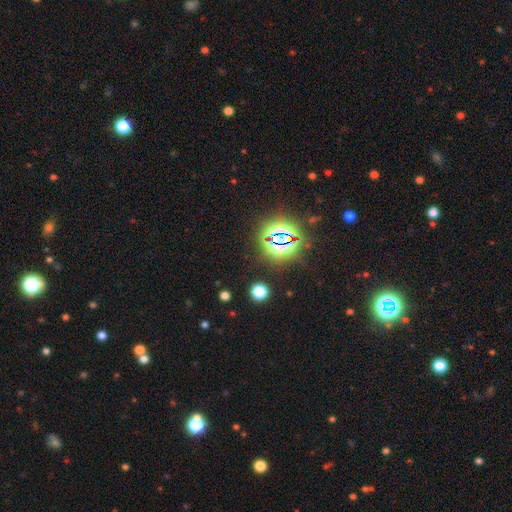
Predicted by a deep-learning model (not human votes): Q: Smooth or featured?
A: star or artifact (82%); runner-up: smooth (11%)